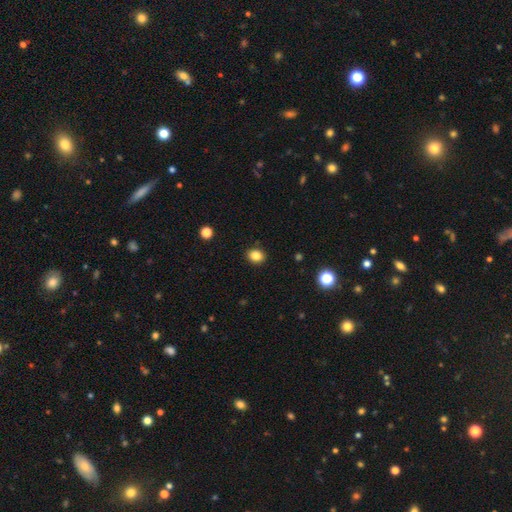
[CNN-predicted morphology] Overall: smooth (84%). How rounded: round (56%; in between 43%). Merging: none (90%).